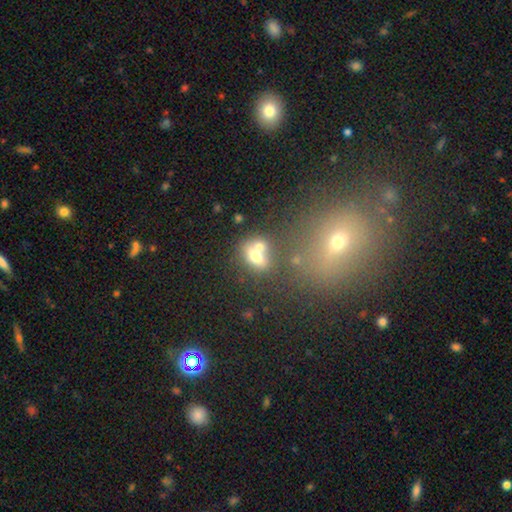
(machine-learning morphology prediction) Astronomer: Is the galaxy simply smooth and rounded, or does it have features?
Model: smooth — 64%.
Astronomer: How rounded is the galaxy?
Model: in between — 63%.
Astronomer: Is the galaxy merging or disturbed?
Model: merger — 47% (runner-up: none, 36%).